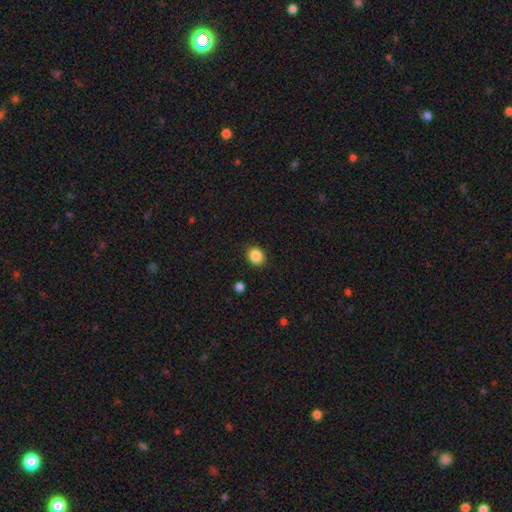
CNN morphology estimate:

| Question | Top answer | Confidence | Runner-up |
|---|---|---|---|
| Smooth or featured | smooth | 87% | star or artifact (9%) |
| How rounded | round | 58% | in between (41%) |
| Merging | none | 90% | minor disturbance (7%) |